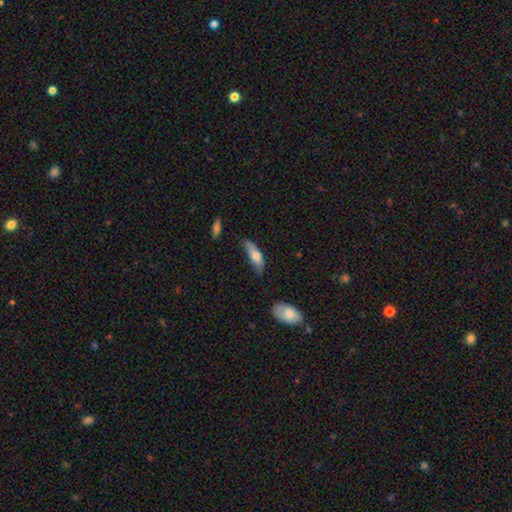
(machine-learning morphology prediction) A smooth galaxy with no disk features (68%) that is cigar-shaped (50%). Merging: none (48%).